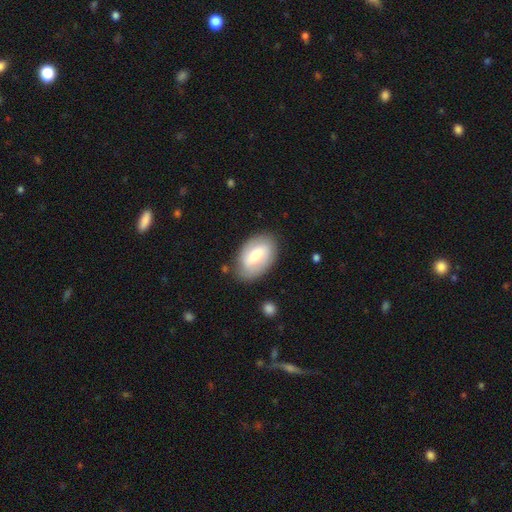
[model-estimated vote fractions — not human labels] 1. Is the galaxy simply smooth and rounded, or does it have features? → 48% smooth, 46% featured or disk, 6% star or artifact.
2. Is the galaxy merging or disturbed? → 81% none, 14% minor disturbance, 4% major disturbance, 2% merger.